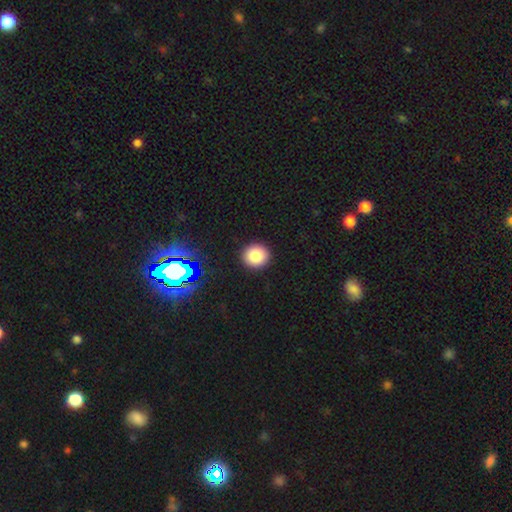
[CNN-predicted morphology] Smooth or featured?
  - smooth: 82% *
  - star or artifact: 13%
  - featured or disk: 6%
How rounded?
  - round: 87% *
  - in between: 12%
  - cigar-shaped: 1%
Merging?
  - none: 92% *
  - minor disturbance: 5%
  - major disturbance: 2%
  - merger: 1%